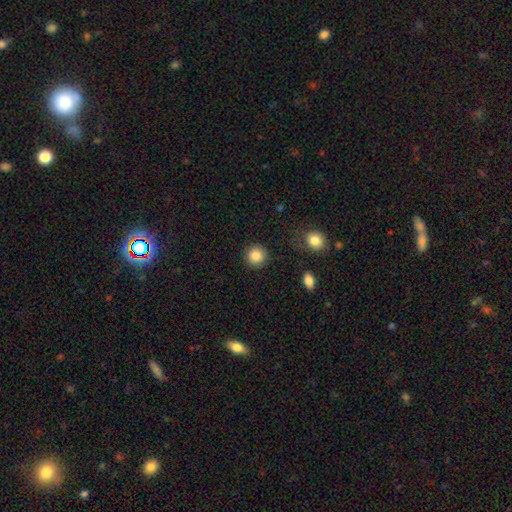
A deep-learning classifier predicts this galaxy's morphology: Smooth or featured? smooth (87%)
How rounded? round (94%)
Merging? none (89%)